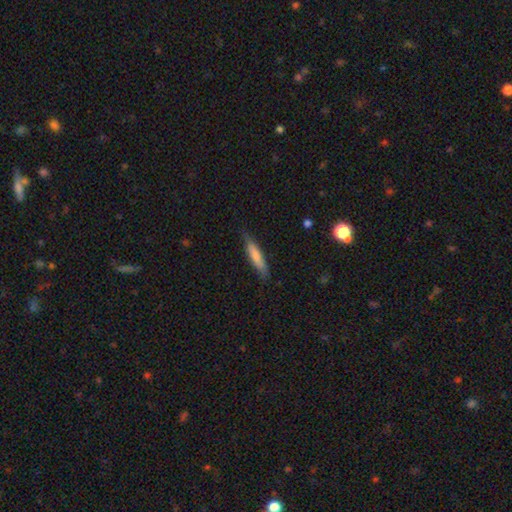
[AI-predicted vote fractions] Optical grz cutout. It shows a smooth galaxy with no disk features (72%) that is cigar-shaped (84%). Merging: none (77%).